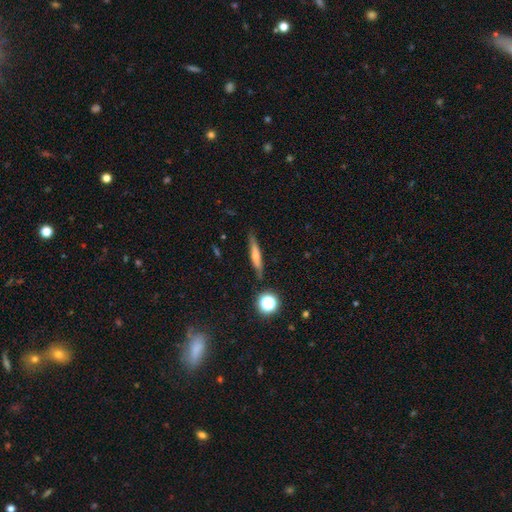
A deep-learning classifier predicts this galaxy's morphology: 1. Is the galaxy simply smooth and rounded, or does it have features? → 55% smooth, 35% featured or disk, 11% star or artifact.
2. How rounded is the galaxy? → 86% cigar-shaped, 9% in between, 4% round.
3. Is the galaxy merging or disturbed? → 83% none, 12% minor disturbance, 3% major disturbance, 2% merger.